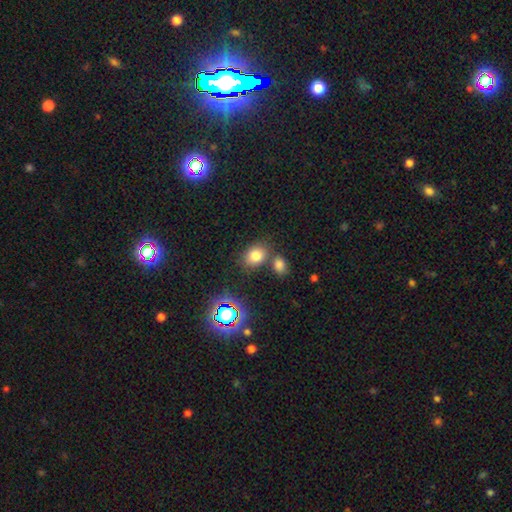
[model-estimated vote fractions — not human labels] Overall: smooth (76%). How rounded: in between (60%; round 39%). Merging: none (67%).